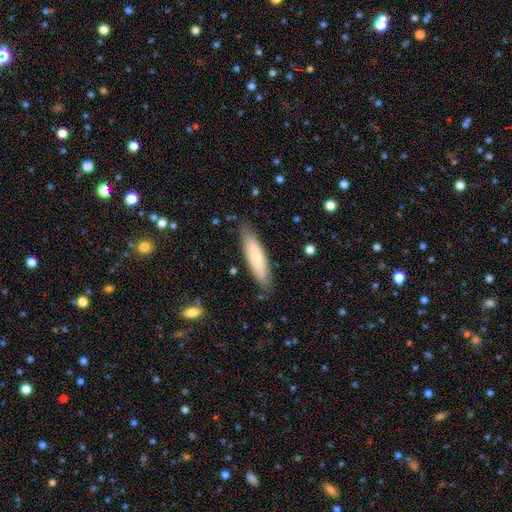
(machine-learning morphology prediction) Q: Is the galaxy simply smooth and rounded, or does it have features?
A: smooth — 61%.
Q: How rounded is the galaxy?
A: cigar-shaped — 68%.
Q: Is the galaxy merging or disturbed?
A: none — 82%.